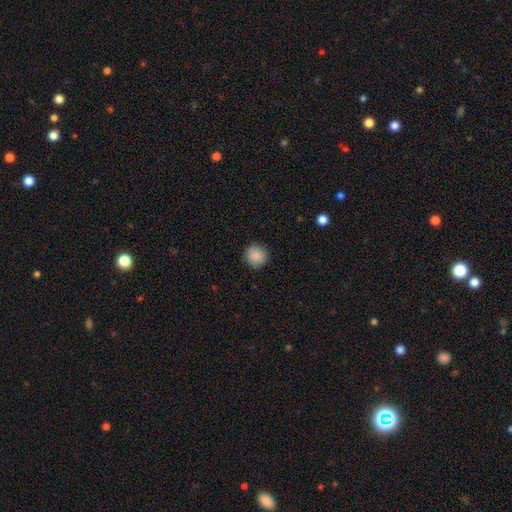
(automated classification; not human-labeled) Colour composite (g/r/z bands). It shows a smooth galaxy with no disk features (88%) that is round (92%). Merging: none (89%).